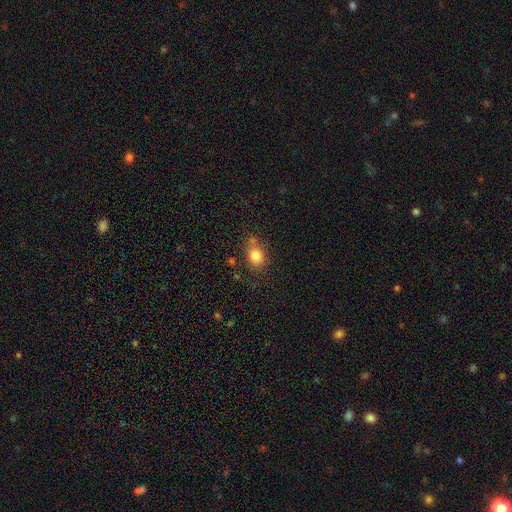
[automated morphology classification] Smooth or featured?
  - smooth: 81% *
  - star or artifact: 10%
  - featured or disk: 9%
How rounded?
  - round: 51% *
  - in between: 48%
  - cigar-shaped: 1%
Merging?
  - none: 65% *
  - minor disturbance: 18%
  - merger: 11%
  - major disturbance: 5%